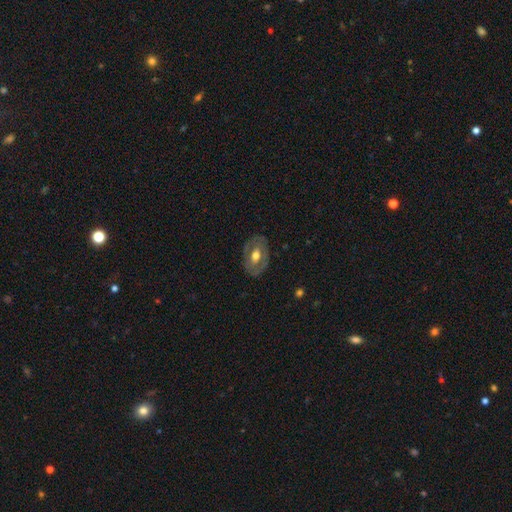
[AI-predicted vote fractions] Smooth or featured?
  - featured or disk: 56% *
  - smooth: 39%
  - star or artifact: 6%
Edge-on disk?
  - no: 92% *
  - yes: 8%
Bar?
  - no: 62% *
  - weak: 27%
  - strong: 11%
Spiral arms?
  - no: 77% *
  - yes: 23%
Bulge size?
  - moderate: 70% *
  - large: 20%
  - small: 8%
  - dominant: 1%
  - none: 1%
Merging?
  - none: 80% *
  - minor disturbance: 14%
  - major disturbance: 5%
  - merger: 1%